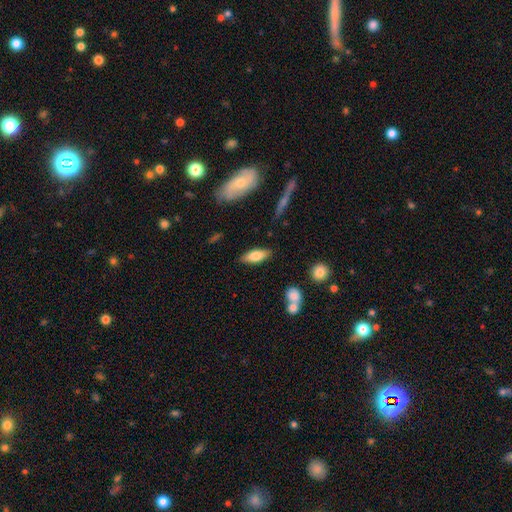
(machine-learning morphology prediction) Smooth or featured? smooth (73%)
How rounded? in between (73%)
Merging? none (84%)